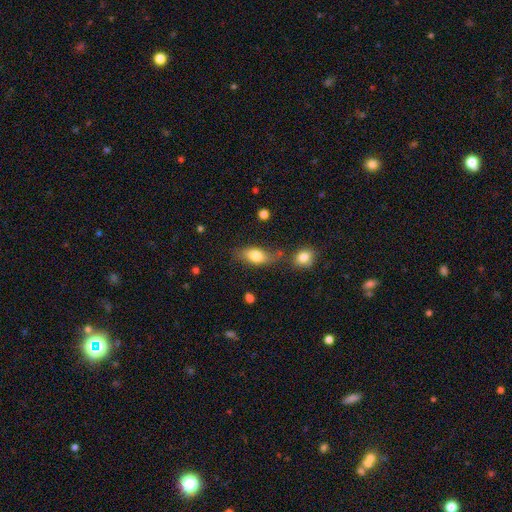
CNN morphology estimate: Smooth or featured?
  - smooth: 74% *
  - featured or disk: 18%
  - star or artifact: 8%
How rounded?
  - in between: 84% *
  - cigar-shaped: 8%
  - round: 7%
Merging?
  - none: 58% *
  - minor disturbance: 22%
  - merger: 12%
  - major disturbance: 8%